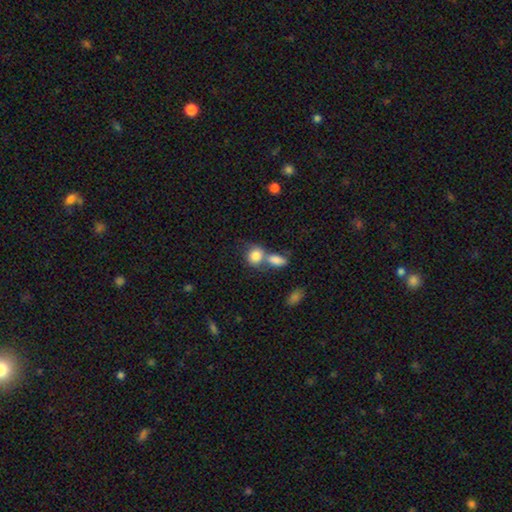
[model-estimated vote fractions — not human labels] This appears to be a smooth galaxy with no disk features (83%) that is round (61%). Merging: merger (51%).